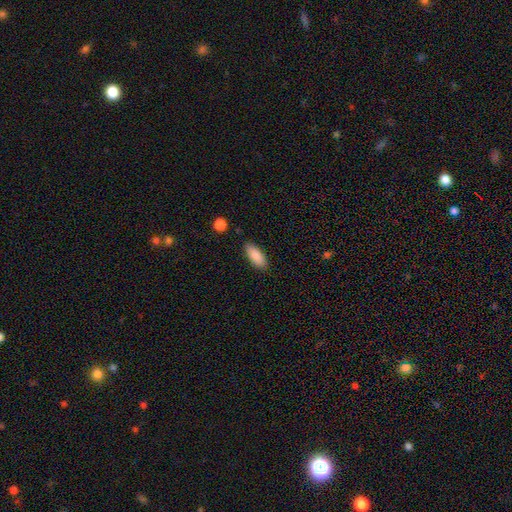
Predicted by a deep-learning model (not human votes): smooth-or-featured: smooth: 88% | star or artifact: 6% | featured or disk: 6%
  how-rounded: in between: 84% | cigar-shaped: 15% | round: 2%
  merging: none: 87% | minor disturbance: 10% | major disturbance: 2% | merger: 2%